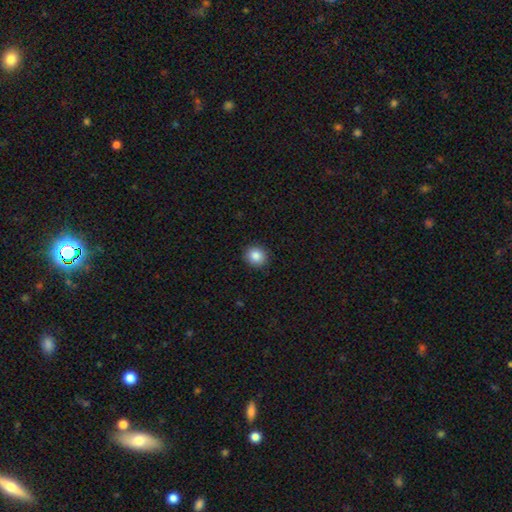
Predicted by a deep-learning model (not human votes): Smooth or featured? smooth (86%)
How rounded? round (83%)
Merging? none (91%)